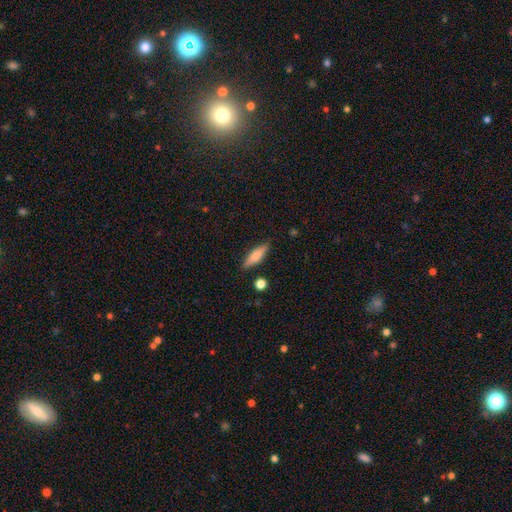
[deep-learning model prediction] A smooth galaxy with no disk features (71%) that is cigar-shaped (59%).

Vote fractions:
- Smooth or featured? smooth: 71% / featured or disk: 22% / star or artifact: 7%
- How rounded? cigar-shaped: 59% / in between: 38% / round: 2%
- Merging? none: 84% / minor disturbance: 11% / merger: 3% / major disturbance: 2%